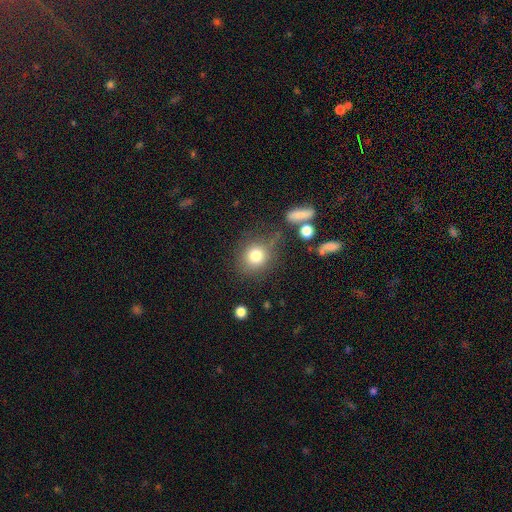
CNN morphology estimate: This appears to be a smooth galaxy with no disk features (79%) that is round (83%). Merging: none (74%).